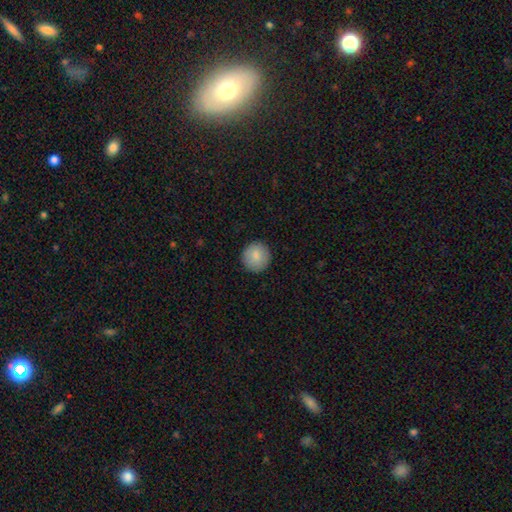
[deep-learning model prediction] The model was most divided on "smooth or featured": smooth: 87%, star or artifact: 7%, featured or disk: 6%. More confident: how rounded — round (93%); merging — none (91%).